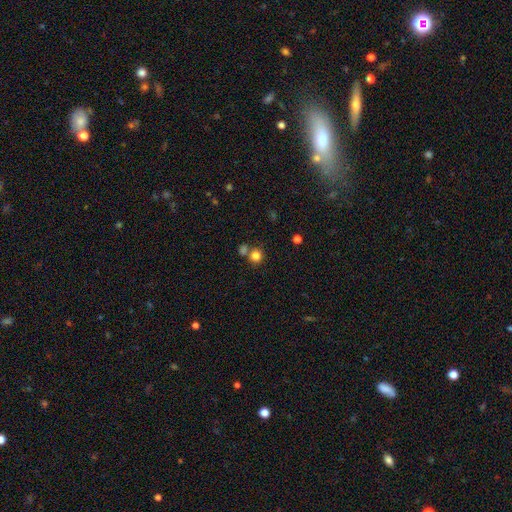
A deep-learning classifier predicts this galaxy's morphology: Smooth or featured?
  - smooth: 81% *
  - star or artifact: 12%
  - featured or disk: 6%
How rounded?
  - round: 88% *
  - in between: 11%
  - cigar-shaped: 1%
Merging?
  - none: 65% *
  - merger: 22%
  - minor disturbance: 9%
  - major disturbance: 4%